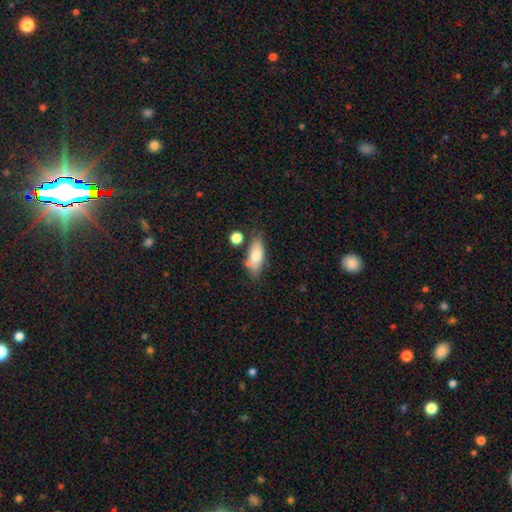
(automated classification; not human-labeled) Smooth or featured?
  - smooth: 75% *
  - featured or disk: 18%
  - star or artifact: 7%
How rounded?
  - in between: 77% *
  - cigar-shaped: 19%
  - round: 4%
Merging?
  - none: 65% *
  - minor disturbance: 19%
  - merger: 11%
  - major disturbance: 5%